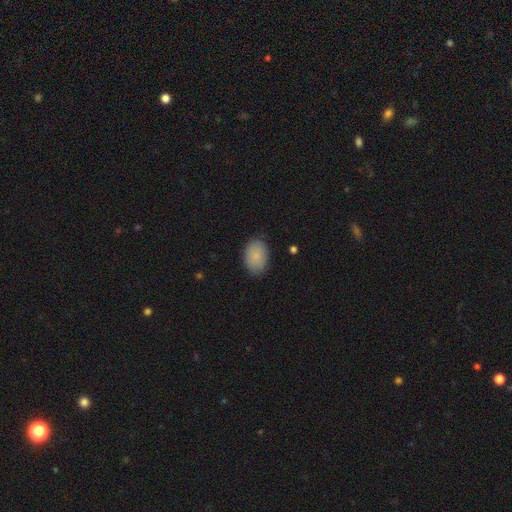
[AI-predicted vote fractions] Q: Smooth or featured?
A: smooth (86%); runner-up: featured or disk (7%)
Q: How rounded?
A: in between (85%); runner-up: round (14%)
Q: Merging?
A: none (83%); runner-up: minor disturbance (13%)